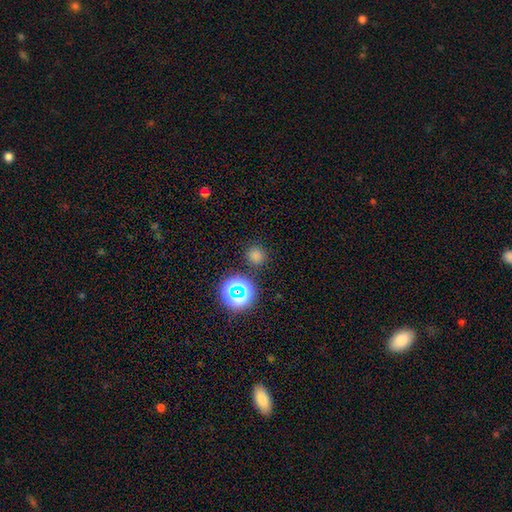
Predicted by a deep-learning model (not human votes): This appears to be a smooth galaxy with no disk features (72%) that is round (92%). Merging: none (87%).